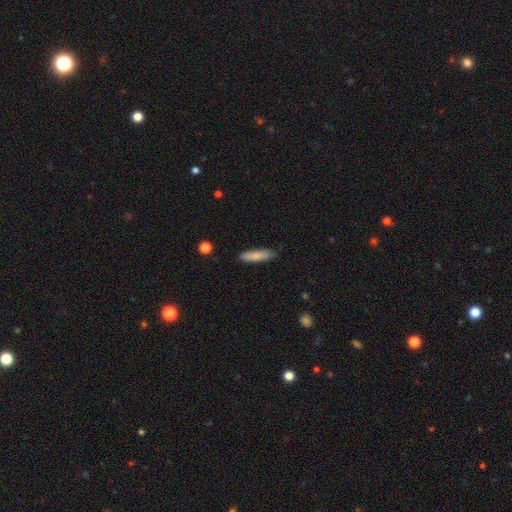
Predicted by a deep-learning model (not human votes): This appears to be a smooth galaxy with no disk features (82%) that is cigar-shaped (74%). Merging: none (85%).